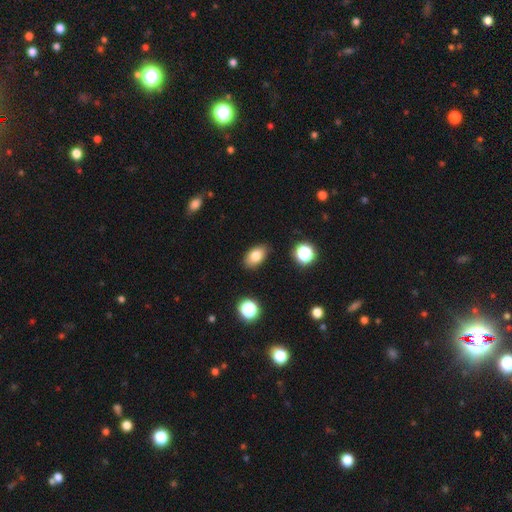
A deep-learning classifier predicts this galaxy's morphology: Smooth or featured?
  - smooth: 81% *
  - star or artifact: 10%
  - featured or disk: 10%
How rounded?
  - in between: 89% *
  - round: 9%
  - cigar-shaped: 2%
Merging?
  - none: 86% *
  - minor disturbance: 10%
  - major disturbance: 2%
  - merger: 2%